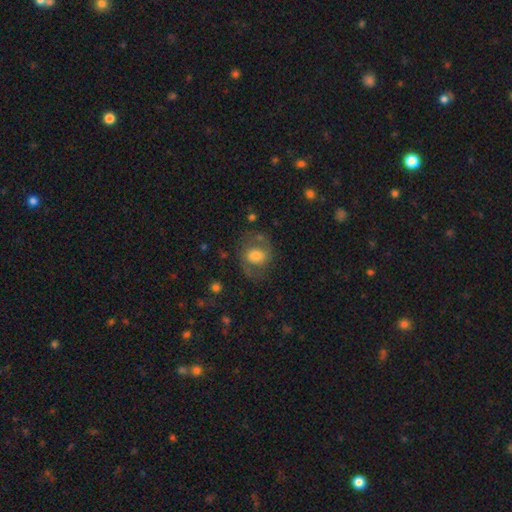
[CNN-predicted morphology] A featured or disk galaxy (46%). Merging: none (63%).